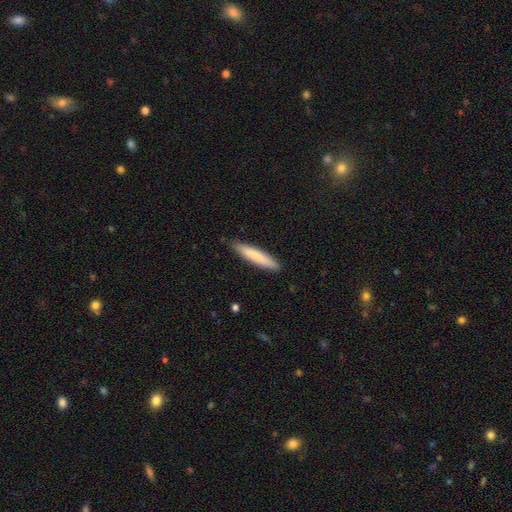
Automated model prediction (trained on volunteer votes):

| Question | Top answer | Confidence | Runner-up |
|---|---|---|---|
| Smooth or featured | smooth | 79% | featured or disk (15%) |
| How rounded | cigar-shaped | 89% | in between (9%) |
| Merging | none | 87% | minor disturbance (10%) |